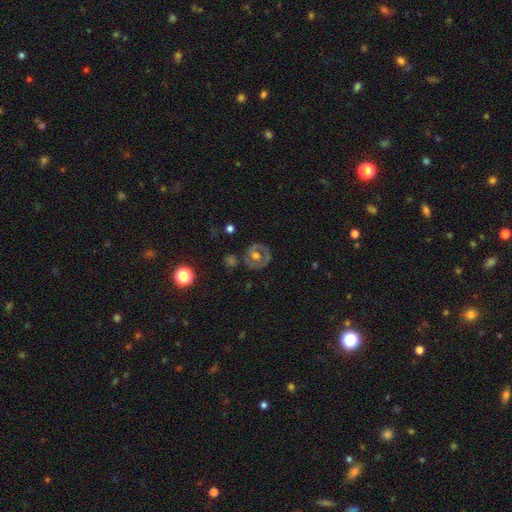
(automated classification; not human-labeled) A featured or disk galaxy (58%) with no bar (75%), no spiral arms (76%) and a moderate central bulge (75%).

Vote fractions:
- Smooth or featured? featured or disk: 58% / smooth: 35% / star or artifact: 7%
- Edge-on disk? no: 96% / yes: 4%
- Bar? no: 75% / weak: 19% / strong: 6%
- Spiral arms? no: 76% / yes: 24%
- Bulge size? moderate: 75% / large: 12% / small: 10% / none: 2% / dominant: 1%
- Merging? none: 76% / minor disturbance: 15% / major disturbance: 6% / merger: 3%